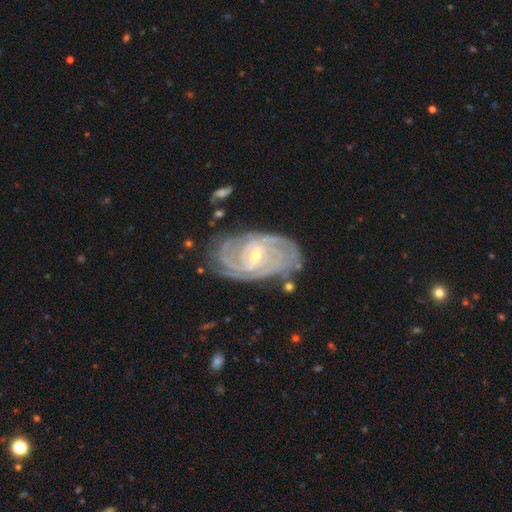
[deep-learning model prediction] Overall: featured or disk (91%). Edge-on disk: no (96%). Bar: weak (50%; strong 26%). Spiral arms: yes (98%). Spiral arm count: 4 (27%; 3 22%). Spiral winding: tight (80%). Bulge size: small (60%; moderate 37%). Merging: none (74%).